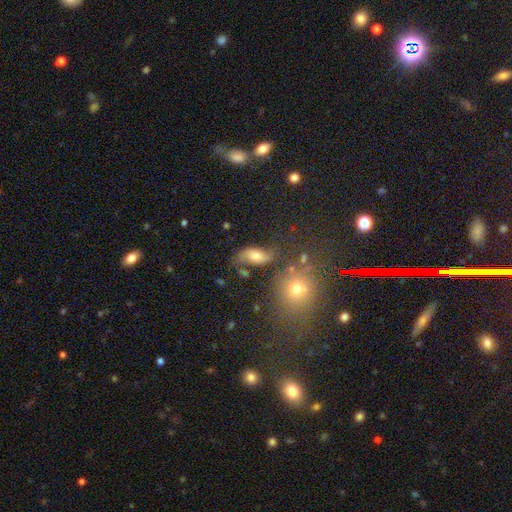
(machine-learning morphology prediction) Smooth or featured? smooth (42%)
Merging? none (57%)